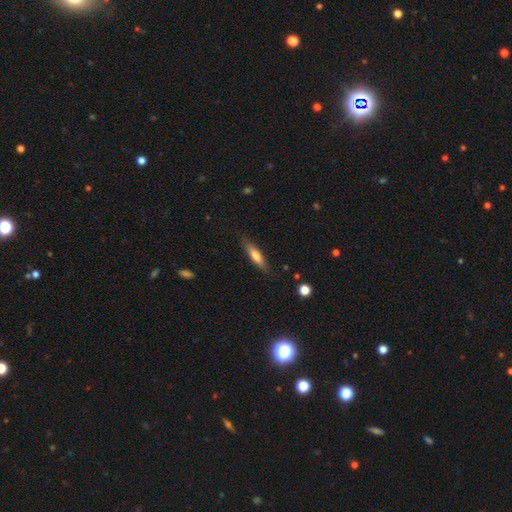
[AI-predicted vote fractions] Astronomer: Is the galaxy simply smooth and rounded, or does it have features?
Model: smooth — 64%.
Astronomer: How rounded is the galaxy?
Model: cigar-shaped — 75%.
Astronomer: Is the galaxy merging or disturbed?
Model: none — 83%.